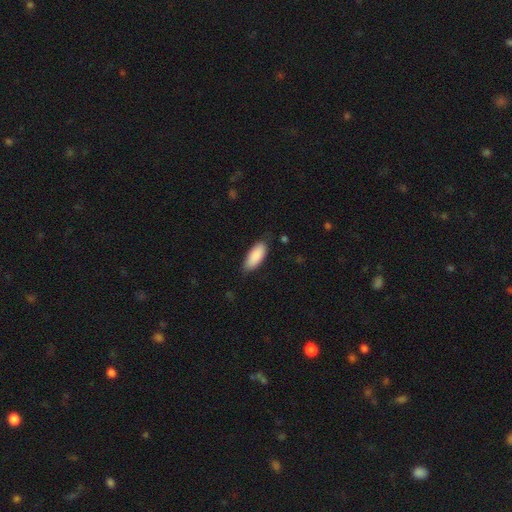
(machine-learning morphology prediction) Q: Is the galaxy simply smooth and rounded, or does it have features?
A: smooth — 89%.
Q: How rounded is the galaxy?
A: in between — 83%.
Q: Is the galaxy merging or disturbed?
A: none — 79%.